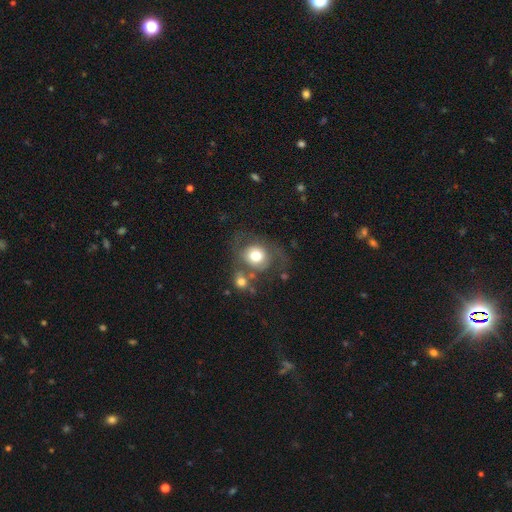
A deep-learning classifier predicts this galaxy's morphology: Smooth or featured? smooth (60%)
How rounded? round (76%)
Merging? none (46%)